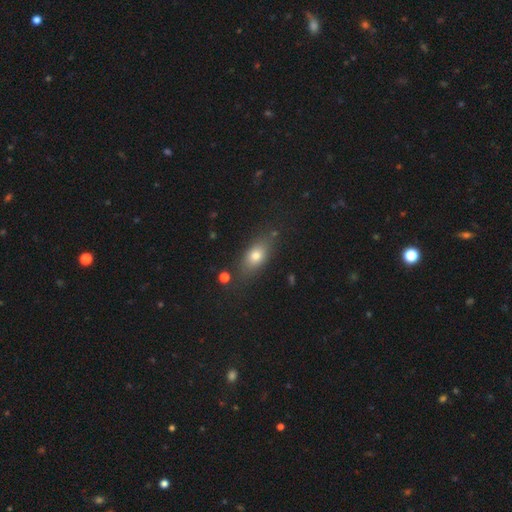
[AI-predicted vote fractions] A smooth galaxy with no disk features (72%) that is in between round and cigar-shaped (73%). Merging: none (77%).